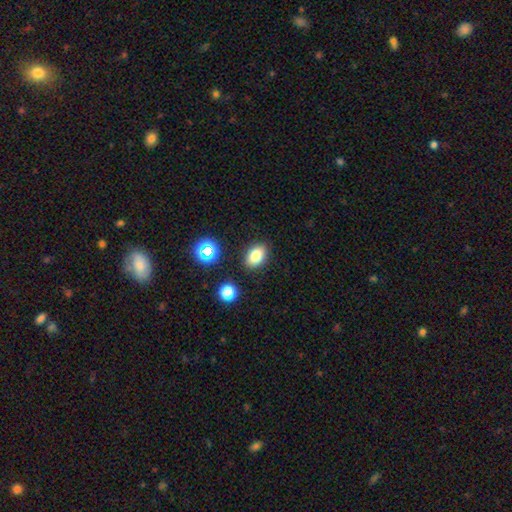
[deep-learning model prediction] Smooth or featured?
  - smooth: 78% *
  - star or artifact: 13%
  - featured or disk: 9%
How rounded?
  - in between: 78% *
  - round: 21%
  - cigar-shaped: 1%
Merging?
  - none: 86% *
  - minor disturbance: 9%
  - merger: 3%
  - major disturbance: 3%